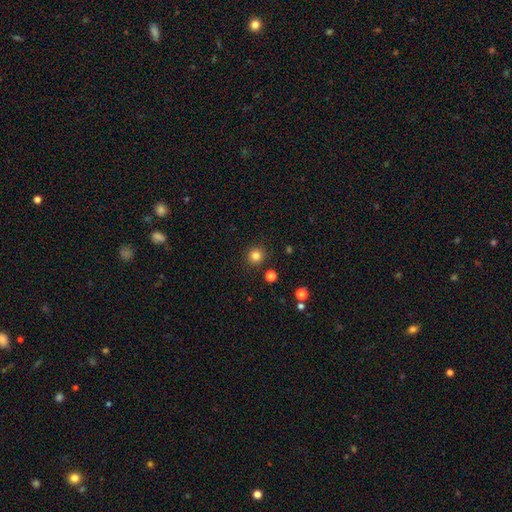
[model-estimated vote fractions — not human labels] Smooth or featured? Predicted: smooth (p=0.82). How rounded? Predicted: round (p=0.93). Merging? Predicted: none (p=0.90).